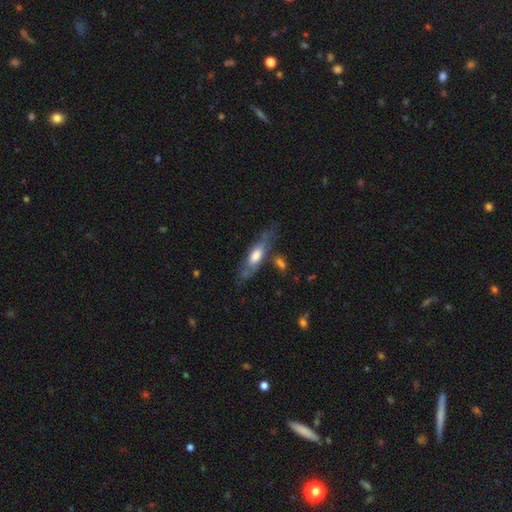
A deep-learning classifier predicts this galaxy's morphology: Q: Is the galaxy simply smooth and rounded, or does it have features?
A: featured or disk — 47%, tied with smooth.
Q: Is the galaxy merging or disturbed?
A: none — 60%.